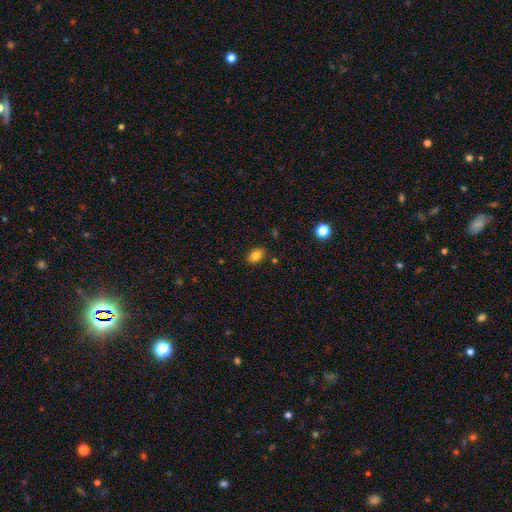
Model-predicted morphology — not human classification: This is clearly a smooth galaxy (82%). How rounded: clearly in between (80%). Merging: clearly none (85%).